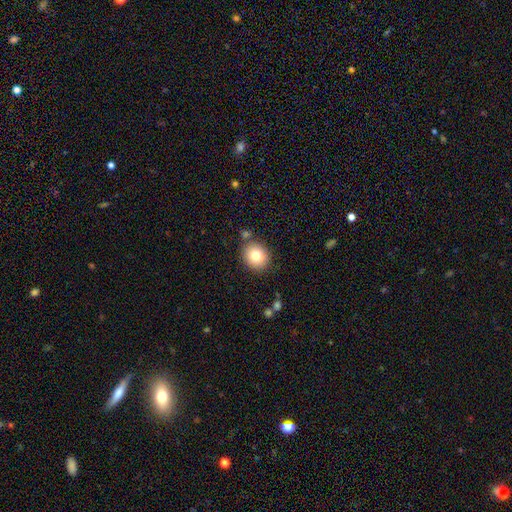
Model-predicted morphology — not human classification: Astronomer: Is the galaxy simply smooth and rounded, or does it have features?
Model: smooth — 80%.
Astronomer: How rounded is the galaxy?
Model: round — 73%.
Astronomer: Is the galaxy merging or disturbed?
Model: none — 83%.